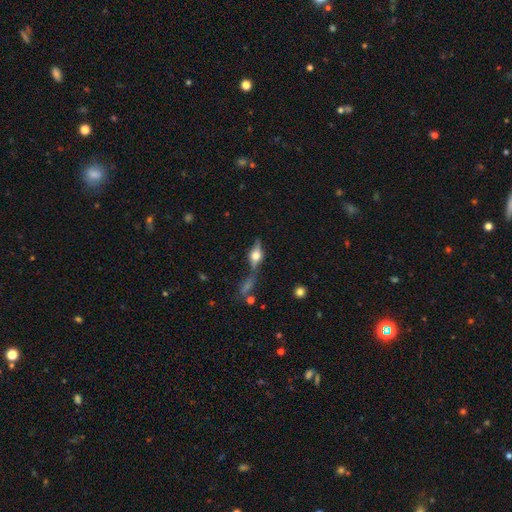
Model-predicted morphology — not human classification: Smooth or featured: featured or disk — 65% (smooth — 25%)
Edge-on disk: yes — 91% (no — 9%)
Edge-on bulge: rounded — 94% (boxy — 5%)
Merging: none — 64% (minor disturbance — 15%)